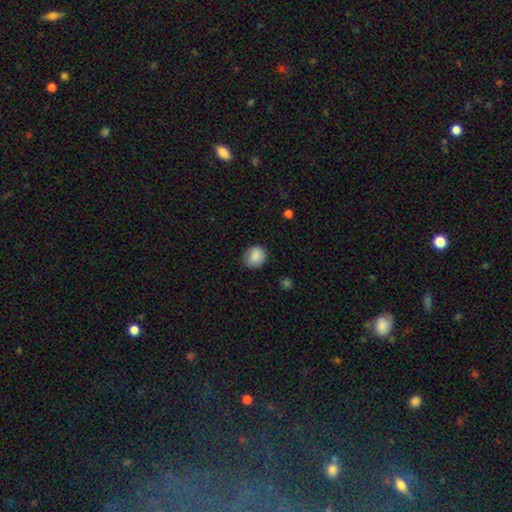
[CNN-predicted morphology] type=smooth (87%); roundness=round (74%); merging=none (79%).